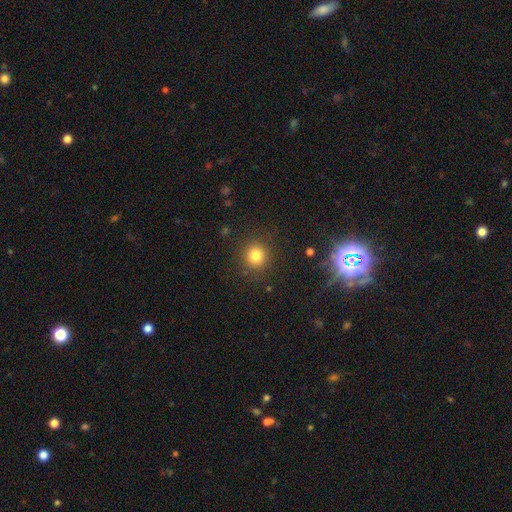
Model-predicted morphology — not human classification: This appears to be a smooth galaxy with no disk features (80%) that is round (91%). Merging: none (89%).